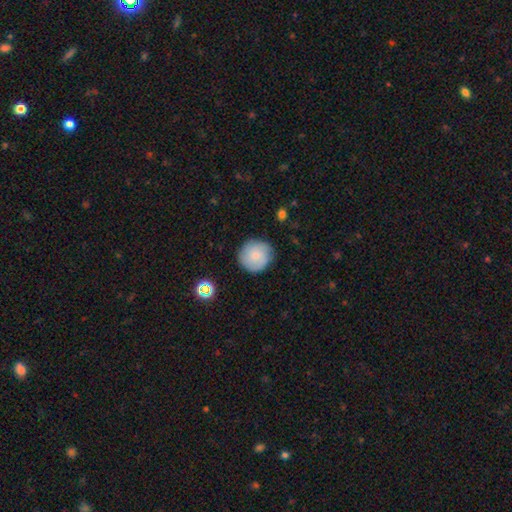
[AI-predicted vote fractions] A smooth galaxy with no disk features (71%) that is round (93%). Merging: none (82%).